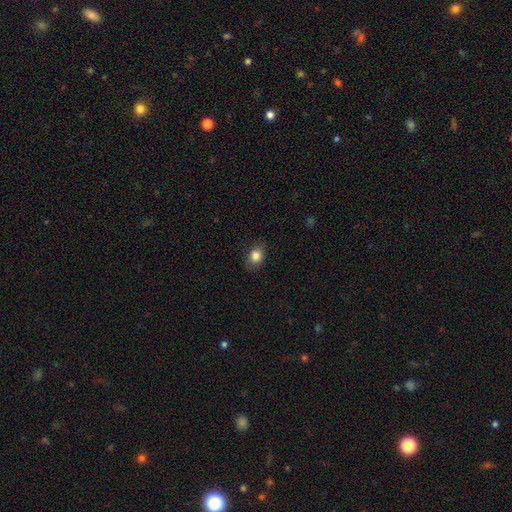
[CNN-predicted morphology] This appears to be a smooth galaxy with no disk features (84%) that is round (51%). Merging: none (80%).